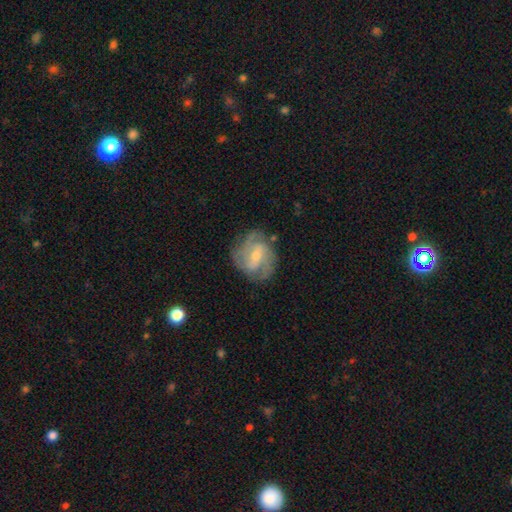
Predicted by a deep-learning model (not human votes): featured or disk 78%, smooth 16%, star or artifact 6%. Down the decision tree: edge-on disk — no (98%); bar — weak (49%); spiral arms — yes (92%); spiral arm count — 3 (31%); spiral winding — medium (47%); bulge size — small (58%); merging — none (71%).